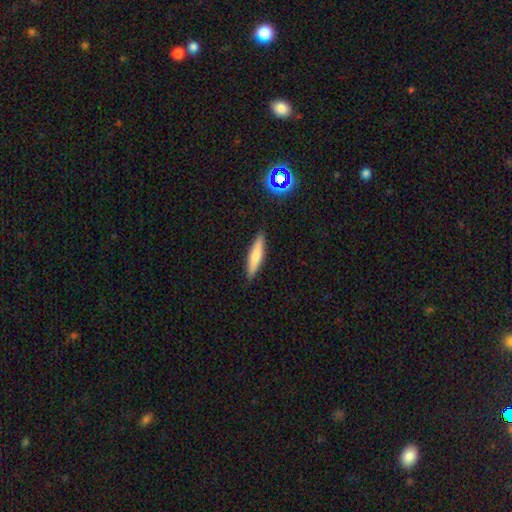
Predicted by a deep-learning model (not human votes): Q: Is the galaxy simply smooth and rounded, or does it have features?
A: smooth — 71%.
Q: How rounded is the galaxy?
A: cigar-shaped — 84%.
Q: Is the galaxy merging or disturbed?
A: none — 89%.